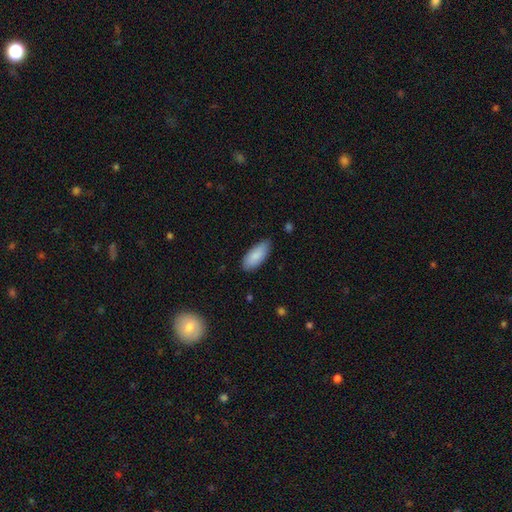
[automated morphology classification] smooth-or-featured: smooth: 88% | featured or disk: 7% | star or artifact: 5%
  how-rounded: in between: 85% | cigar-shaped: 13% | round: 2%
  merging: none: 83% | minor disturbance: 14% | major disturbance: 2% | merger: 1%